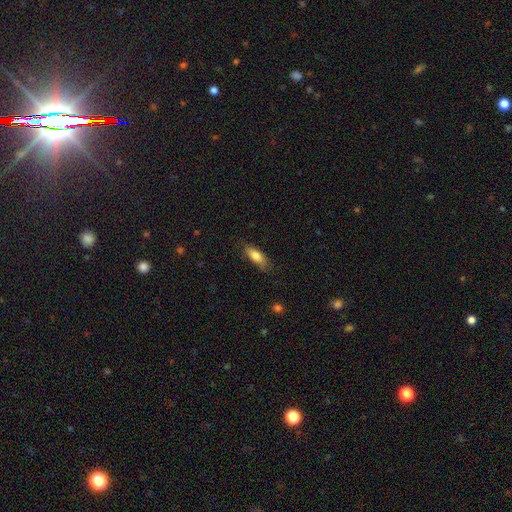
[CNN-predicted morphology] Q: Smooth or featured?
A: smooth (79%); runner-up: featured or disk (14%)
Q: How rounded?
A: in between (64%); runner-up: cigar-shaped (33%)
Q: Merging?
A: none (75%); runner-up: minor disturbance (19%)